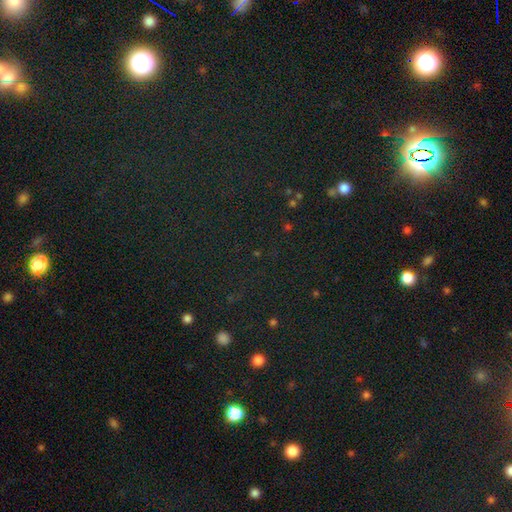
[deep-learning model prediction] A star or artifact, not a galaxy (77%).